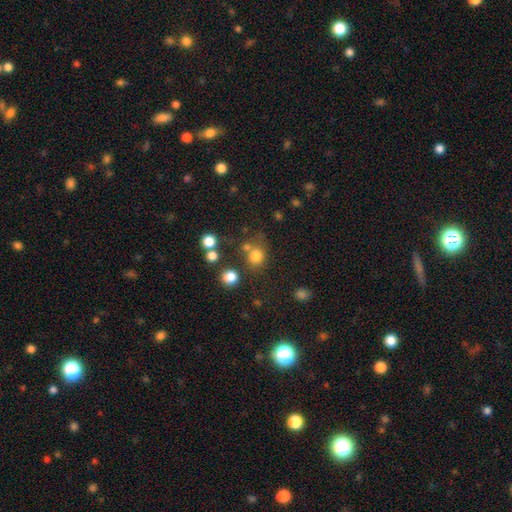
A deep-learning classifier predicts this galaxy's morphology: smooth 77%, star or artifact 16%, featured or disk 7%. Down the decision tree: how rounded — round (77%); merging — none (63%).